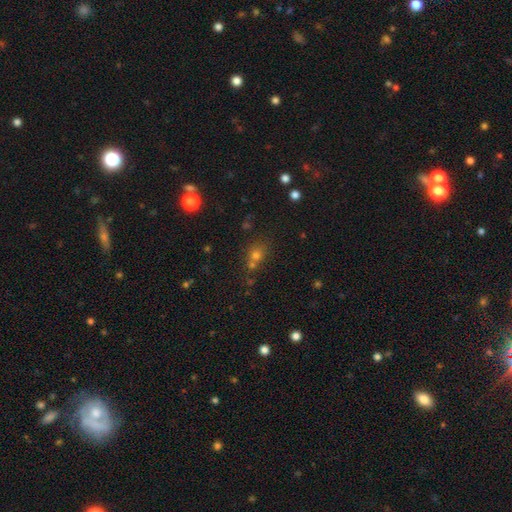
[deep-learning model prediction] Smooth or featured?
  - smooth: 60% *
  - star or artifact: 29%
  - featured or disk: 11%
How rounded?
  - round: 76% *
  - in between: 22%
  - cigar-shaped: 2%
Merging?
  - none: 55% *
  - merger: 30%
  - minor disturbance: 10%
  - major disturbance: 4%